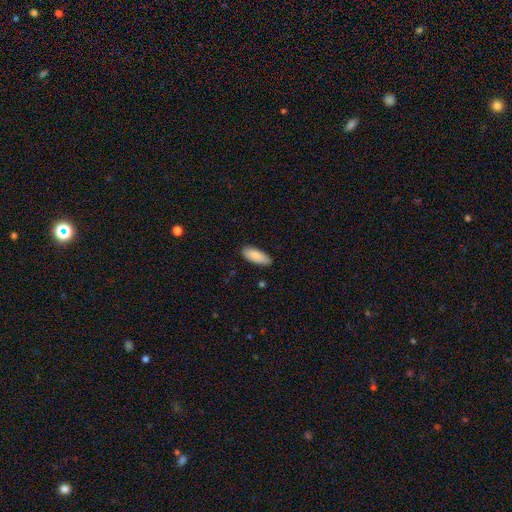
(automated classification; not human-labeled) smooth-or-featured: smooth: 87% | featured or disk: 7% | star or artifact: 6%
  how-rounded: in between: 80% | cigar-shaped: 18% | round: 2%
  merging: none: 82% | minor disturbance: 14% | major disturbance: 2% | merger: 1%